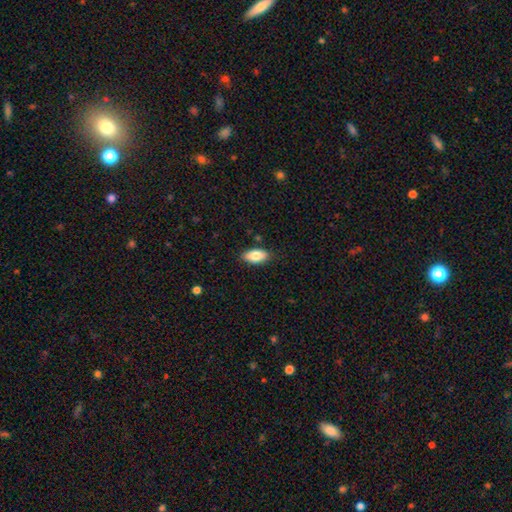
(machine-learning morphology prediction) smooth 82%, featured or disk 11%, star or artifact 7%. Down the decision tree: how rounded — in between (92%); merging — none (85%).